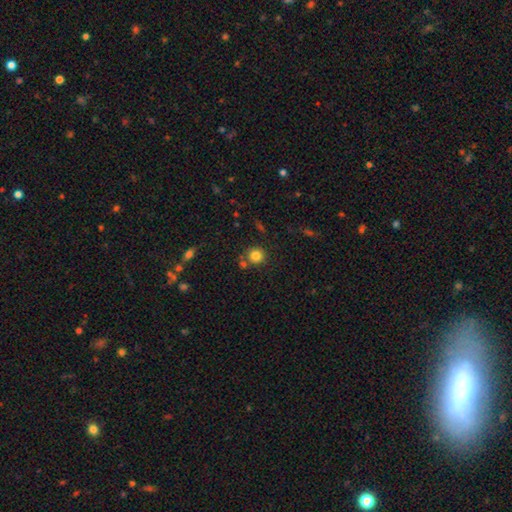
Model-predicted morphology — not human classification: A smooth galaxy with no disk features (82%) that is round (92%). Merging: none (75%).